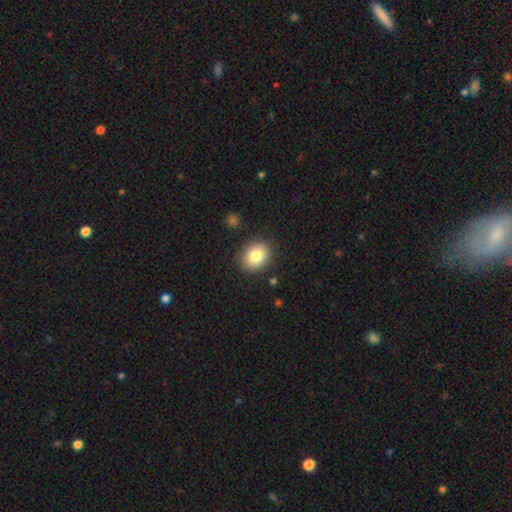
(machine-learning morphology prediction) This is clearly a smooth galaxy (82%). How rounded: possibly round (55%). Merging: clearly none (87%).